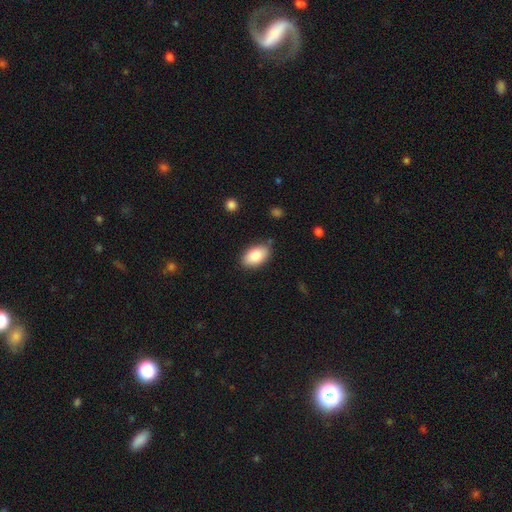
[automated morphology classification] This is clearly a smooth galaxy (84%). How rounded: clearly in between (92%). Merging: likely none (80%).